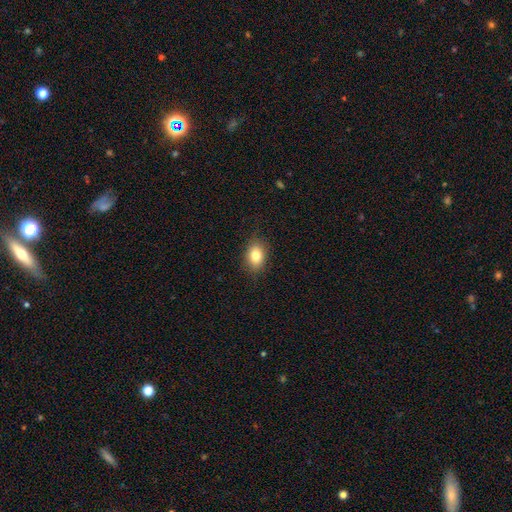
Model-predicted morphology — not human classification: smooth-or-featured: smooth: 82% | featured or disk: 9% | star or artifact: 9%
  how-rounded: in between: 79% | round: 19% | cigar-shaped: 2%
  merging: none: 85% | minor disturbance: 11% | major disturbance: 3% | merger: 1%